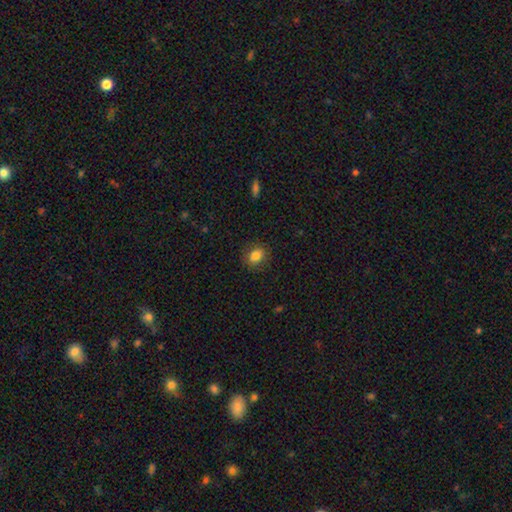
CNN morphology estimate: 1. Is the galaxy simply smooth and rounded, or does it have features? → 84% smooth, 10% star or artifact, 6% featured or disk.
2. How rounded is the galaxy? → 55% round, 44% in between, 1% cigar-shaped.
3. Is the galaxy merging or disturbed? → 87% none, 9% minor disturbance, 3% major disturbance, 1% merger.